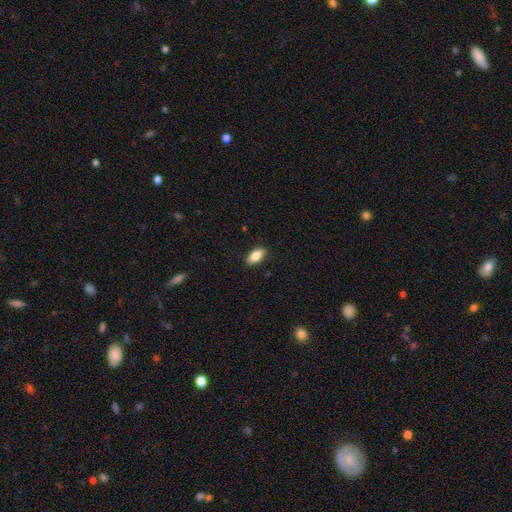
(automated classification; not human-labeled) Overall: smooth (83%). How rounded: in between (88%). Merging: none (88%).